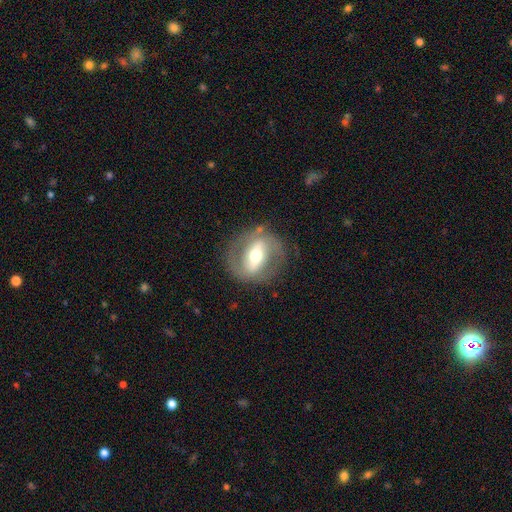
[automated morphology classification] type=featured or disk (70%); edge-on=no (89%); bar=strong (61%); spiral arms=yes (50%, tied with no); bulge=moderate (66%); merging=none (78%).